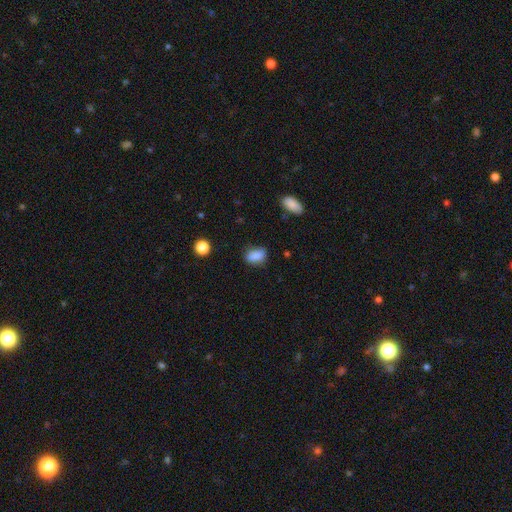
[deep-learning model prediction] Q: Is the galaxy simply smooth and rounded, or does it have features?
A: smooth — 85%.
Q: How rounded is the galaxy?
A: in between — 83%.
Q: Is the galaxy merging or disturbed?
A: none — 74%.